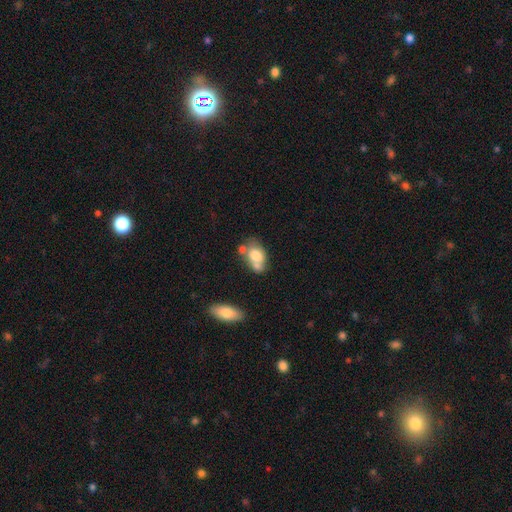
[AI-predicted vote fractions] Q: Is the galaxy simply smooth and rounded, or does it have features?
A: smooth — 68%.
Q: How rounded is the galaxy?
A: in between — 80%.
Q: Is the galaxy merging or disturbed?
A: merger — 38%.